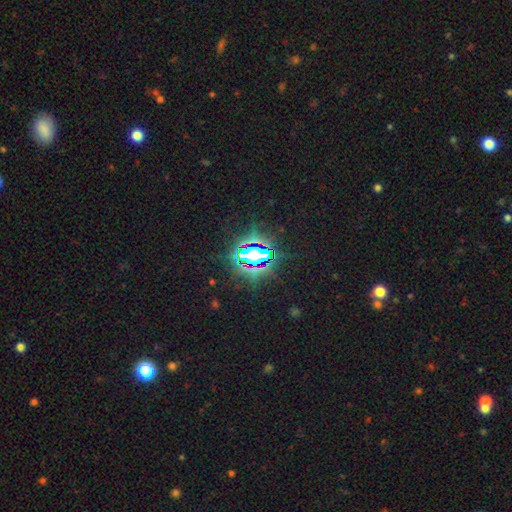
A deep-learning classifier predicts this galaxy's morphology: A star or artifact, not a galaxy (79%).

Vote fractions:
- Smooth or featured? star or artifact: 79% / smooth: 12% / featured or disk: 9%